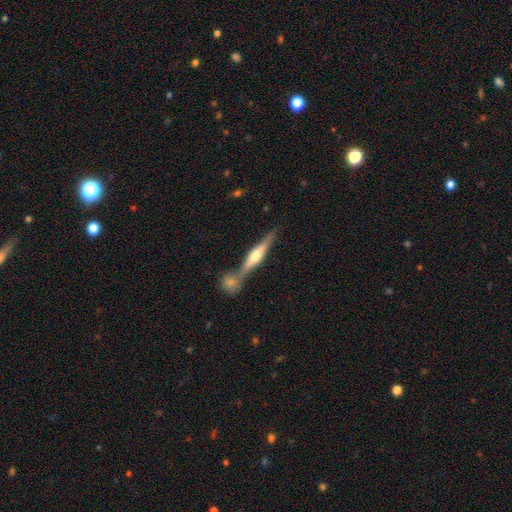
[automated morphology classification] Smooth or featured? featured or disk (70%)
Edge-on disk? yes (96%)
Edge-on bulge? rounded (88%)
Merging? none (65%)